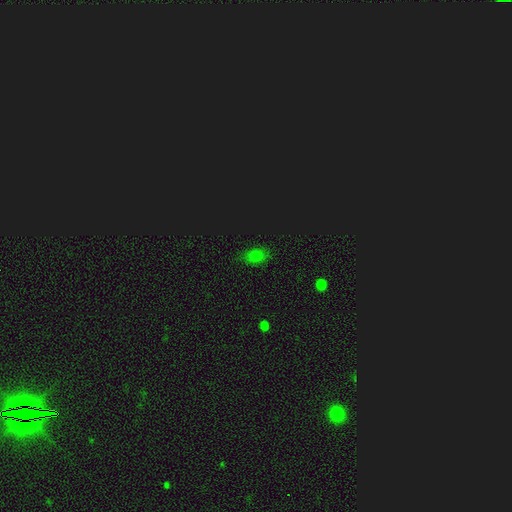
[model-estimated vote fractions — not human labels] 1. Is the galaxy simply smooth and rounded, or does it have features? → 70% smooth, 23% star or artifact, 7% featured or disk.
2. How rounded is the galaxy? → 77% in between, 20% round, 3% cigar-shaped.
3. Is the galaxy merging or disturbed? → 79% none, 15% minor disturbance, 4% major disturbance, 2% merger.